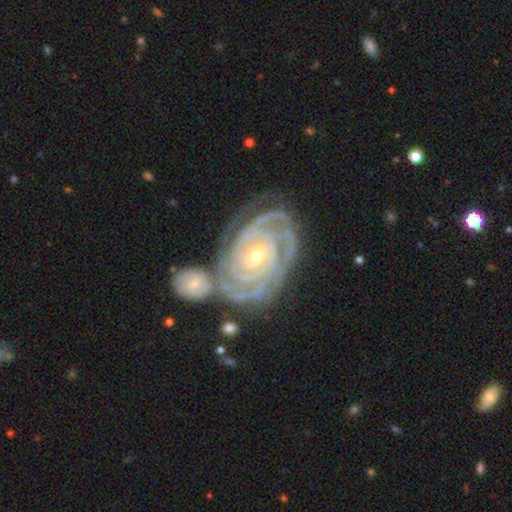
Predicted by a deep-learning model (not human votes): Smooth or featured? Predicted: featured or disk (p=0.93). Edge-on disk? Predicted: no (p=0.97). Bar? Predicted: no (p=0.47). Spiral arms? Predicted: yes (p=0.99). Spiral winding? Predicted: tight (p=0.87). Spiral arm count? Predicted: 3 (p=0.29). Bulge size? Predicted: small (p=0.49). Merging? Predicted: none (p=0.57).